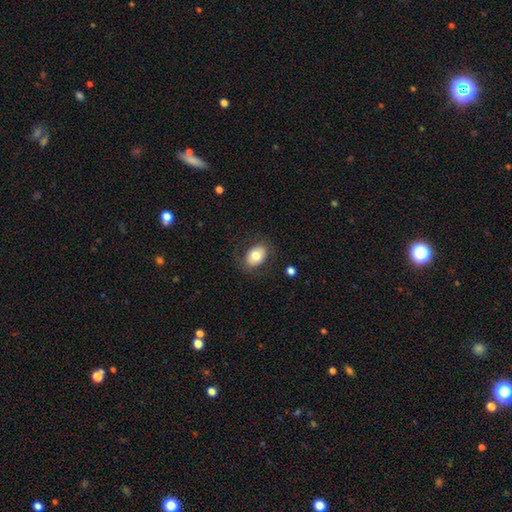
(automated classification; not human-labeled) A smooth galaxy with no disk features (77%) that is in between round and cigar-shaped (77%).

Vote fractions:
- Smooth or featured? smooth: 77% / featured or disk: 15% / star or artifact: 8%
- How rounded? in between: 77% / round: 22% / cigar-shaped: 1%
- Merging? none: 81% / minor disturbance: 13% / major disturbance: 6% / merger: 1%